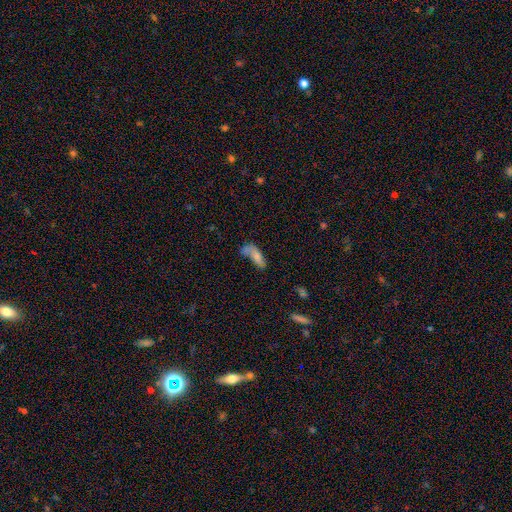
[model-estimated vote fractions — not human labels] Smooth or featured: smooth — 69% (featured or disk — 21%)
How rounded: in between — 69% (cigar-shaped — 27%)
Merging: none — 31% (merger — 24%)